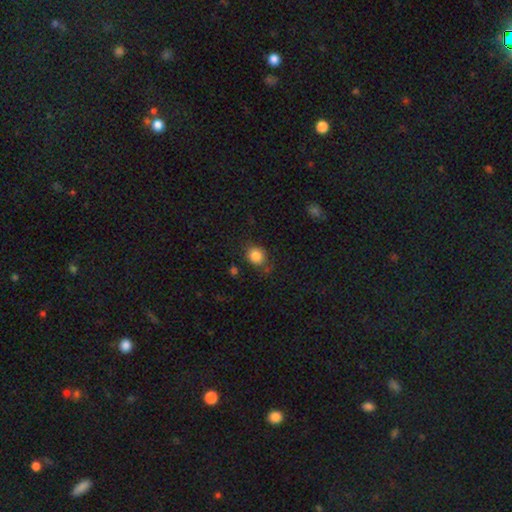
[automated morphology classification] This is clearly a smooth galaxy (85%). How rounded: likely round (71%). Merging: likely none (72%).